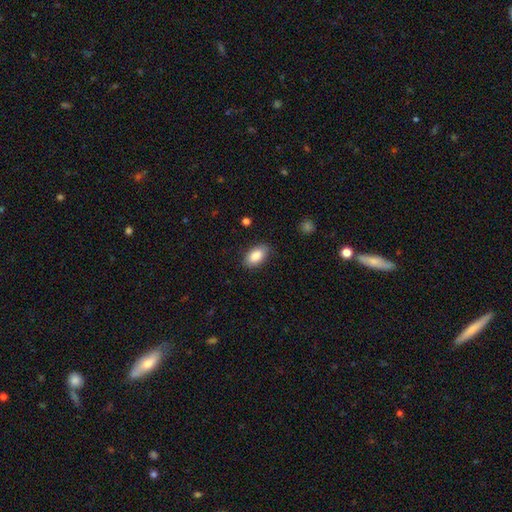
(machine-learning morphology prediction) Smooth or featured?
  - smooth: 87% *
  - star or artifact: 7%
  - featured or disk: 6%
How rounded?
  - in between: 93% *
  - round: 5%
  - cigar-shaped: 2%
Merging?
  - none: 83% *
  - minor disturbance: 13%
  - major disturbance: 3%
  - merger: 1%